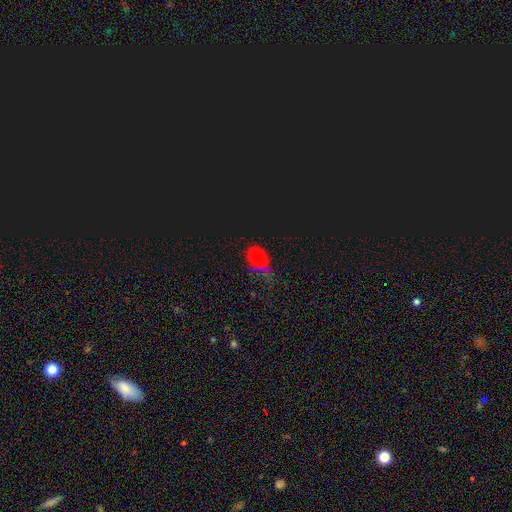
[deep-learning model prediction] This appears to be a star or artifact, not a galaxy (57%).